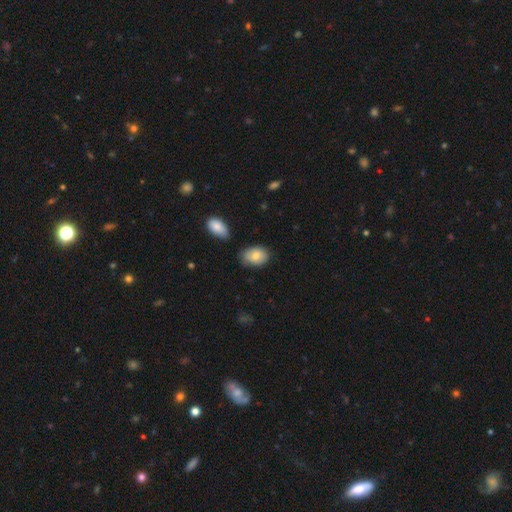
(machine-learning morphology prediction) The model was most divided on "merging": none: 64%, minor disturbance: 26%, merger: 6%, major disturbance: 5%. More confident: how rounded — in between (82%); smooth or featured — smooth (77%).